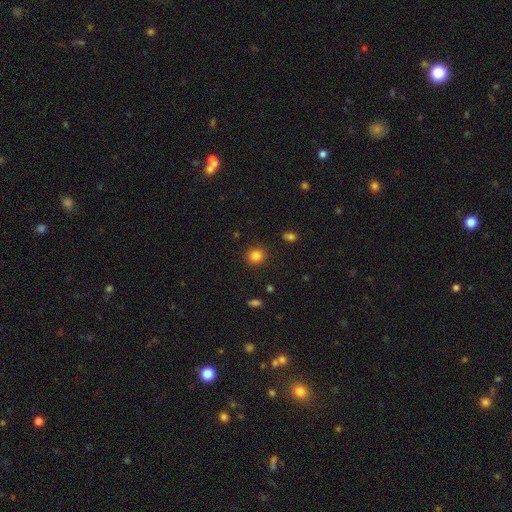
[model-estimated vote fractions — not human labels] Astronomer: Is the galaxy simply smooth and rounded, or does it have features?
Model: smooth — 84%.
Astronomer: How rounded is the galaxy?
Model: round — 87%.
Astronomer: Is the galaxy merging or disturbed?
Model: none — 90%.